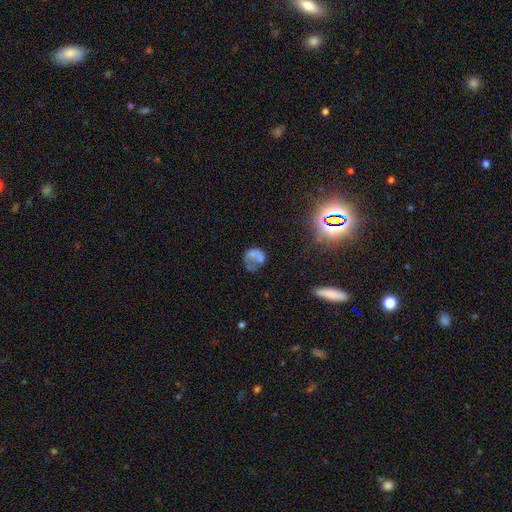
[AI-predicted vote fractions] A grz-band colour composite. It shows a smooth galaxy with no disk features (47%). Merging: major disturbance (34%).